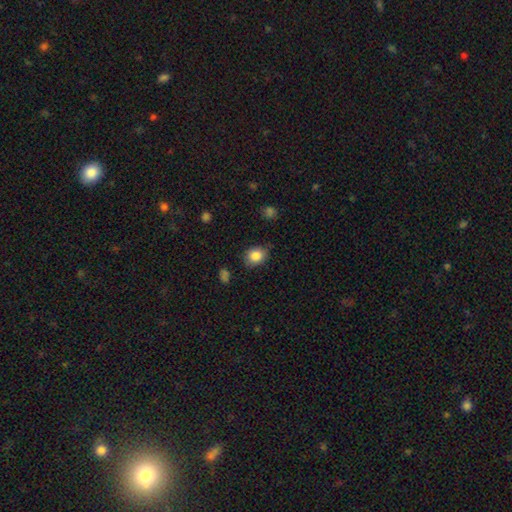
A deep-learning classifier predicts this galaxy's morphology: type=smooth (85%); roundness=round (56%); merging=none (77%).